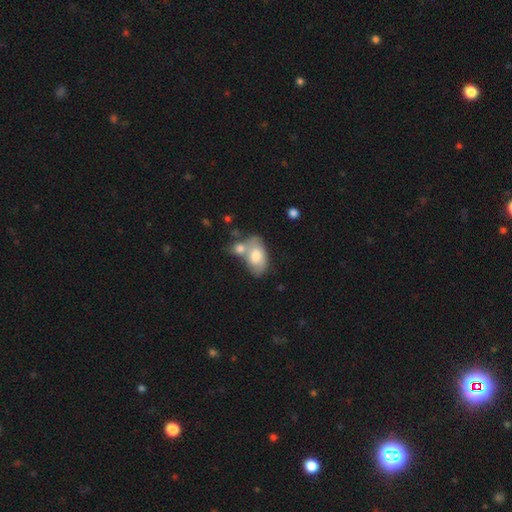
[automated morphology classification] smooth_or_featured: smooth (p=0.68) [alt: featured or disk p=0.26]
how_rounded: in between (p=0.91) [alt: round p=0.07]
merging: merger (p=0.48) [alt: none p=0.30]